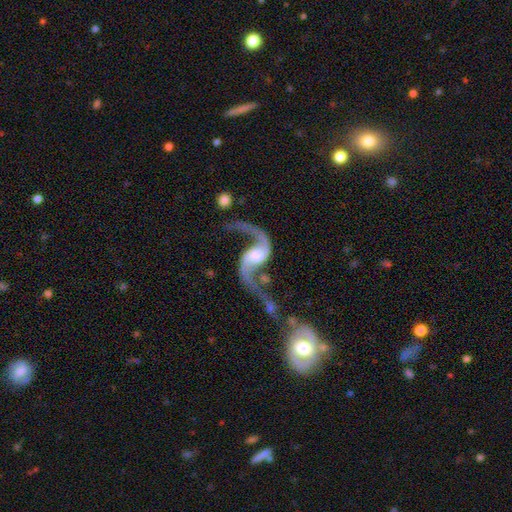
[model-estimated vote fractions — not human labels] A featured or disk galaxy (93%) with no bar (46%), 2 (94%) loose (88%) spiral arms (98%) and a moderate central bulge (35%). Merging: none (51%).